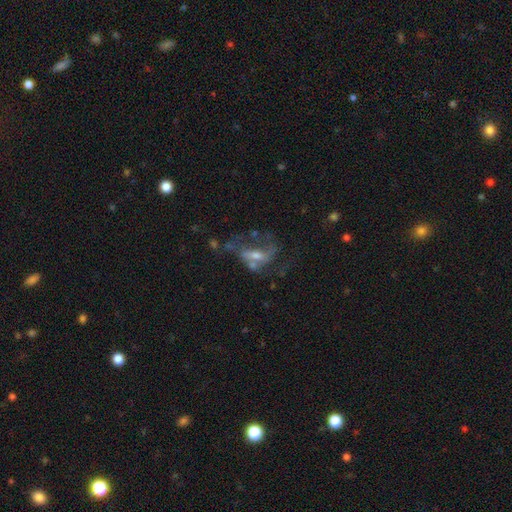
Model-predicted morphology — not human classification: Q: Smooth or featured?
A: featured or disk (65%); runner-up: smooth (23%)
Q: Edge-on disk?
A: no (94%); runner-up: yes (6%)
Q: Bar?
A: no (43%); runner-up: weak (39%)
Q: Spiral arms?
A: yes (59%); runner-up: no (41%)
Q: Bulge size?
A: moderate (49%); runner-up: small (35%)
Q: Merging?
A: major disturbance (38%); runner-up: none (30%)